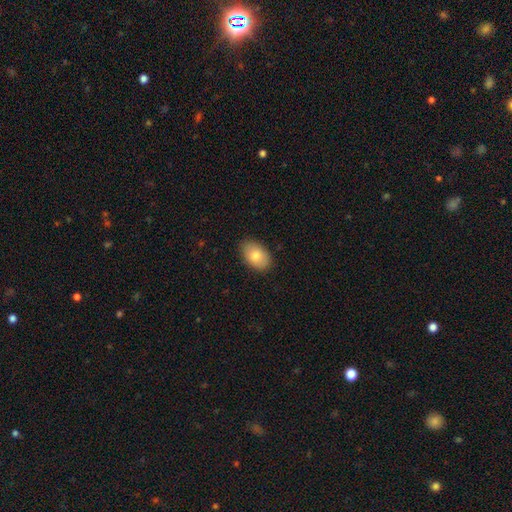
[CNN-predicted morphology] The model was most divided on "smooth or featured": smooth: 80%, featured or disk: 13%, star or artifact: 7%. More confident: how rounded — in between (87%); merging — none (86%).